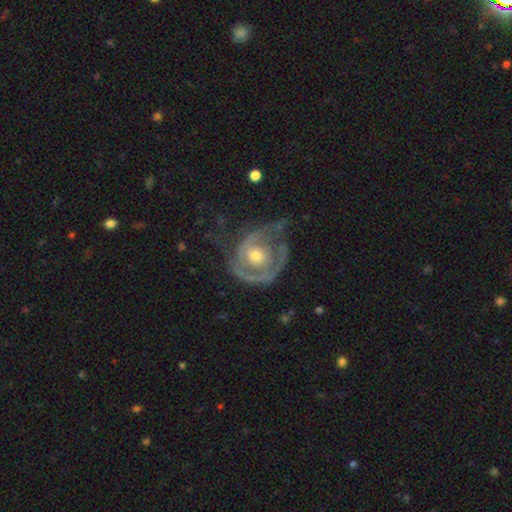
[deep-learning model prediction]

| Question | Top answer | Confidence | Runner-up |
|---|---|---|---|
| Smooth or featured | featured or disk | 83% | smooth (12%) |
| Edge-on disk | no | 97% | yes (3%) |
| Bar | no | 79% | weak (17%) |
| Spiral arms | yes | 87% | no (13%) |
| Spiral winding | tight | 59% | medium (30%) |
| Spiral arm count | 2 | 38% | 1 (24%) |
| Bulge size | moderate | 54% | small (38%) |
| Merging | none | 47% | major disturbance (27%) |